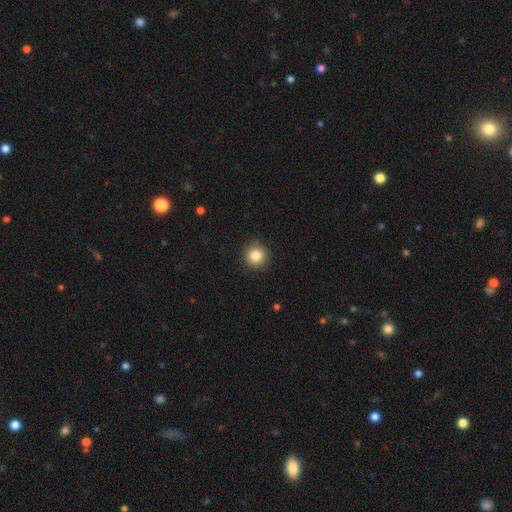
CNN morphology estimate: Overall: smooth (85%). How rounded: round (95%). Merging: none (91%).